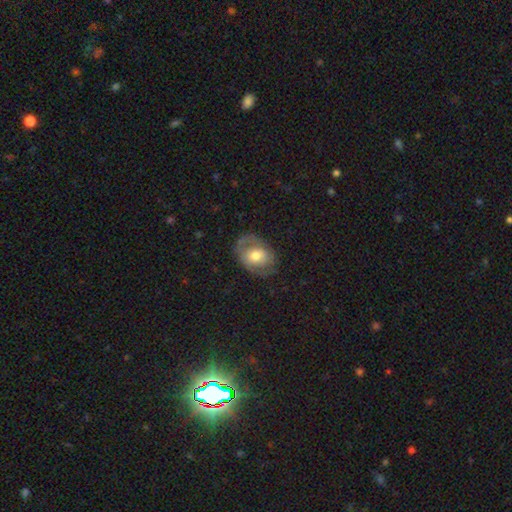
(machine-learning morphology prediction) Smooth or featured? Predicted: featured or disk (p=0.48). Merging? Predicted: none (p=0.62).